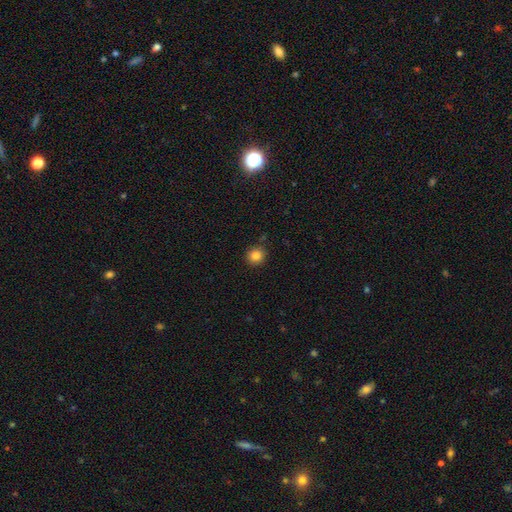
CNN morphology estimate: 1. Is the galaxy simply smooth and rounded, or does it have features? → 84% smooth, 11% star or artifact, 5% featured or disk.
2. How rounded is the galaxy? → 91% round, 8% in between, 1% cigar-shaped.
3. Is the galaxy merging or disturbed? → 87% none, 8% minor disturbance, 2% merger, 2% major disturbance.